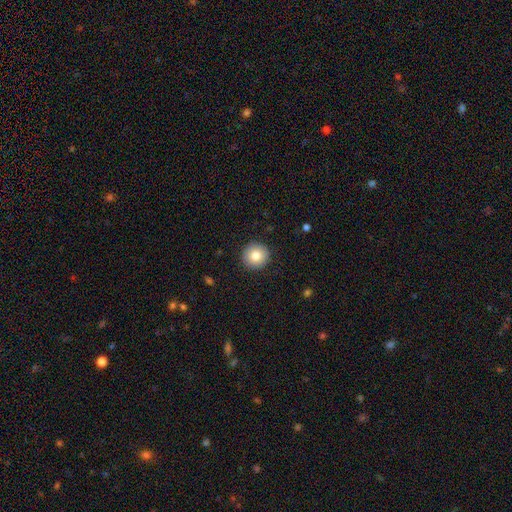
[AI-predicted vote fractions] smooth 82%, featured or disk 9%, star or artifact 9%. Down the decision tree: how rounded — round (95%); merging — none (92%).